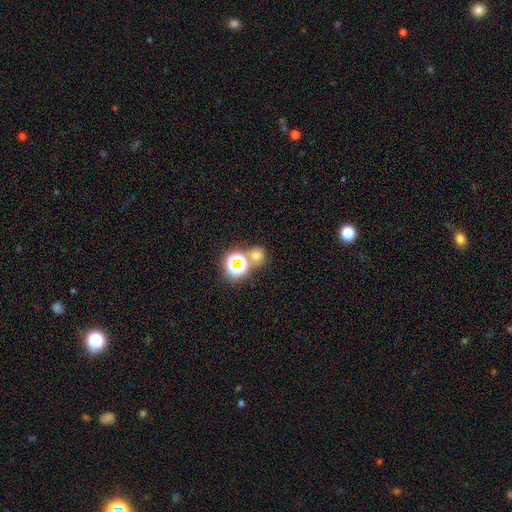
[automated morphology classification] The model was most divided on "smooth or featured": smooth: 58%, star or artifact: 34%, featured or disk: 8%. More confident: how rounded — round (81%); merging — none (62%).